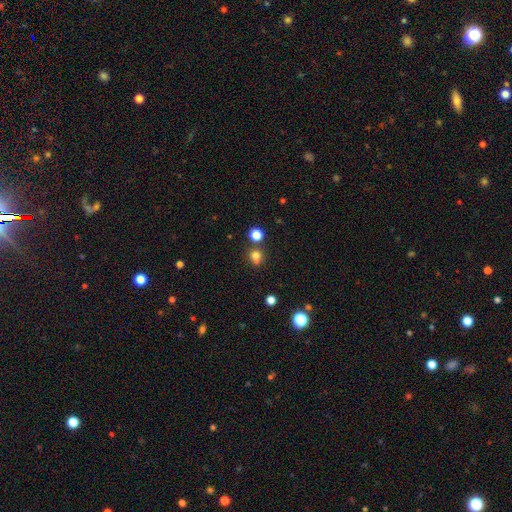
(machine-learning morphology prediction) Q: Smooth or featured?
A: smooth (72%); runner-up: star or artifact (19%)
Q: How rounded?
A: round (85%); runner-up: in between (14%)
Q: Merging?
A: none (58%); runner-up: merger (30%)